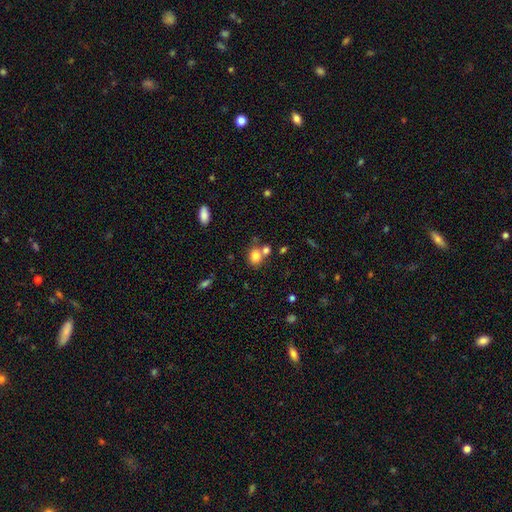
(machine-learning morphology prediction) smooth 80%, star or artifact 11%, featured or disk 9%. Down the decision tree: how rounded — round (50%); merging — none (53%).